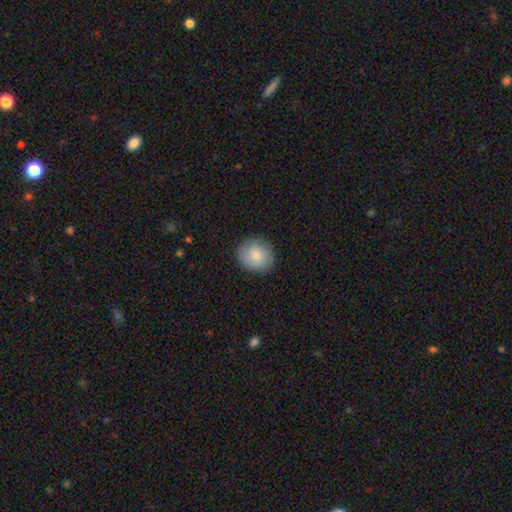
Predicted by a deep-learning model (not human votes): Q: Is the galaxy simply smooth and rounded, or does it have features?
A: smooth — 83%.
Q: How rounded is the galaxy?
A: round — 85%.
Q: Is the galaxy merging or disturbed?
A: none — 87%.